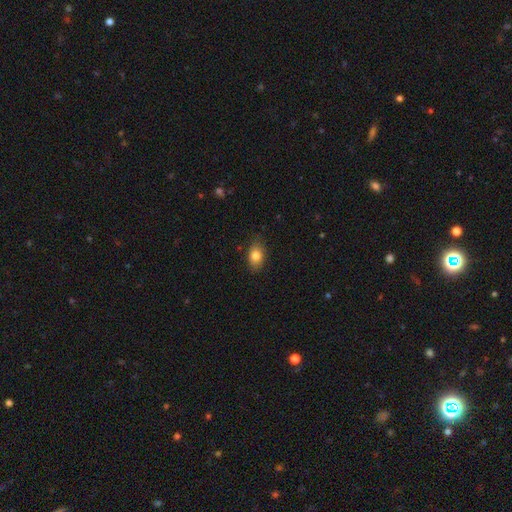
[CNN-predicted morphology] Smooth or featured?
  - smooth: 82% *
  - featured or disk: 10%
  - star or artifact: 8%
How rounded?
  - in between: 83% *
  - round: 15%
  - cigar-shaped: 2%
Merging?
  - none: 80% *
  - minor disturbance: 16%
  - major disturbance: 3%
  - merger: 1%